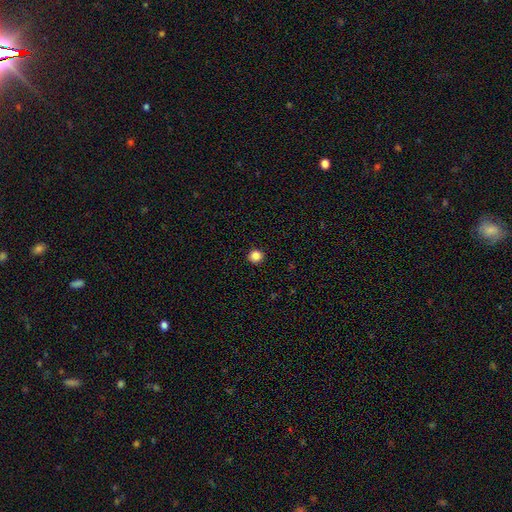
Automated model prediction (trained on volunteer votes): A smooth galaxy with no disk features (85%) that is round (93%).

Vote fractions:
- Smooth or featured? smooth: 85% / star or artifact: 11% / featured or disk: 3%
- How rounded? round: 93% / in between: 6% / cigar-shaped: 1%
- Merging? none: 93% / minor disturbance: 5% / major disturbance: 2% / merger: 1%